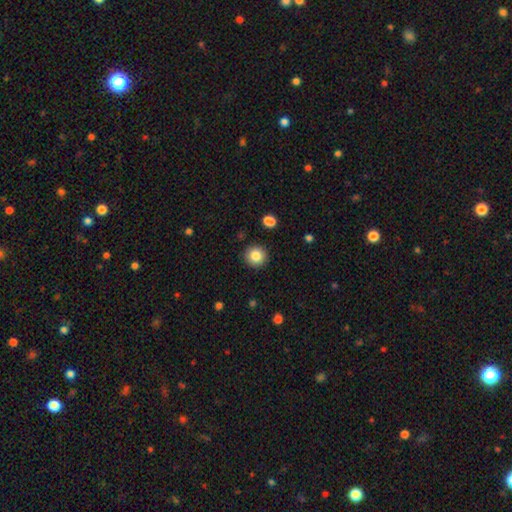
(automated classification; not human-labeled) Overall: smooth (85%). How rounded: round (93%). Merging: none (91%).